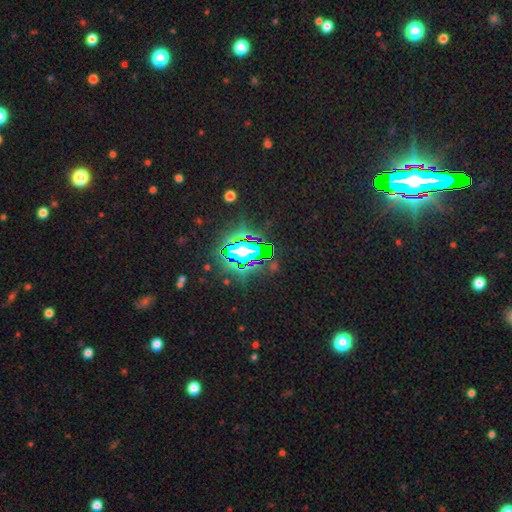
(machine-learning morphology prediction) smooth_or_featured: star or artifact (p=0.85) [alt: smooth p=0.08]